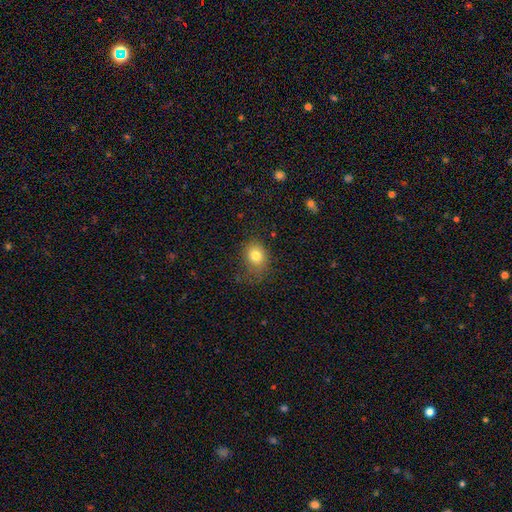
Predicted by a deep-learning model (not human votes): smooth_or_featured: smooth (p=0.80) [alt: star or artifact p=0.11]
how_rounded: round (p=0.57) [alt: in between p=0.42]
merging: none (p=0.62) [alt: minor disturbance p=0.24]